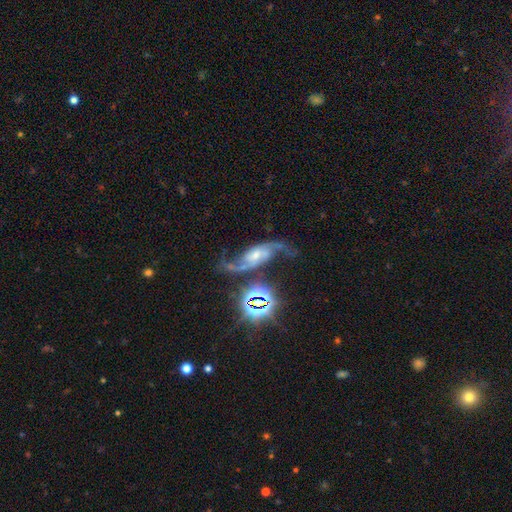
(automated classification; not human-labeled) Overall: featured or disk (81%). Edge-on disk: no (94%). Bar: no (52%; weak 31%). Spiral arms: yes (97%). Spiral arm count: 2 (92%). Spiral winding: loose (68%). Bulge size: small (45%; moderate 43%). Merging: none (63%).